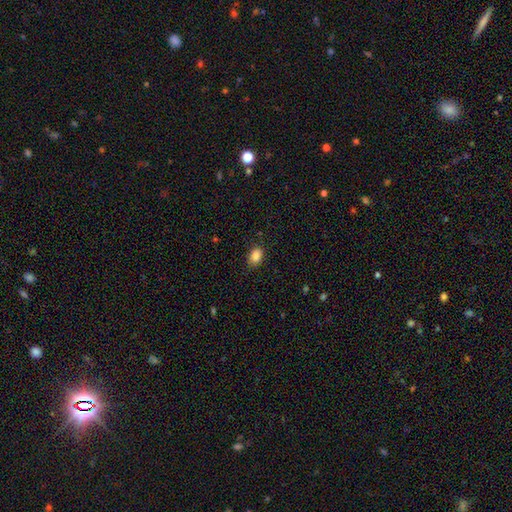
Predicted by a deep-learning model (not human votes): Smooth or featured? smooth (87%)
How rounded? in between (81%)
Merging? none (84%)